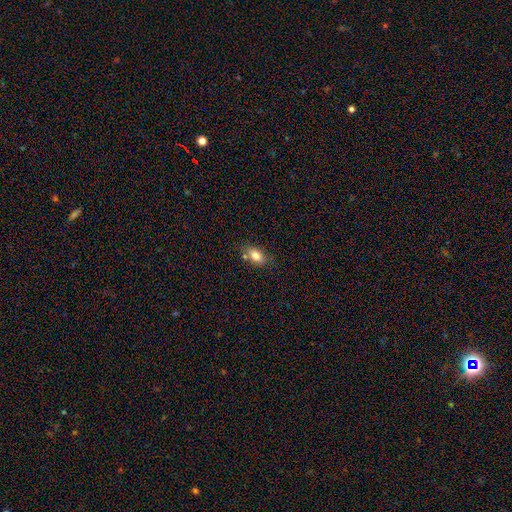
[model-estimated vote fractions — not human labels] The model was most divided on "merging": none: 67%, minor disturbance: 17%, merger: 11%, major disturbance: 4%. More confident: how rounded — in between (85%); smooth or featured — smooth (79%).